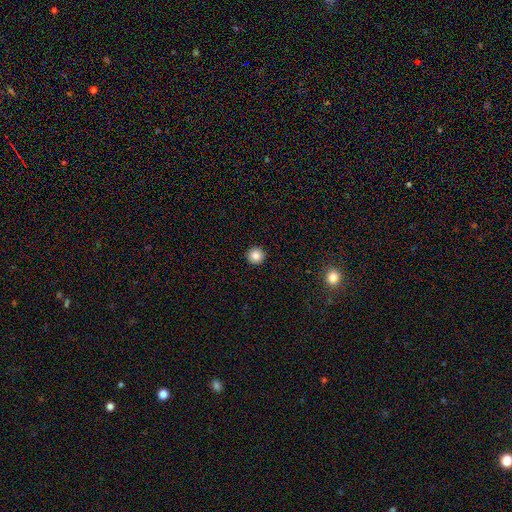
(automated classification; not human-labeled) Smooth or featured? Predicted: smooth (p=0.85). How rounded? Predicted: round (p=0.96). Merging? Predicted: none (p=0.94).